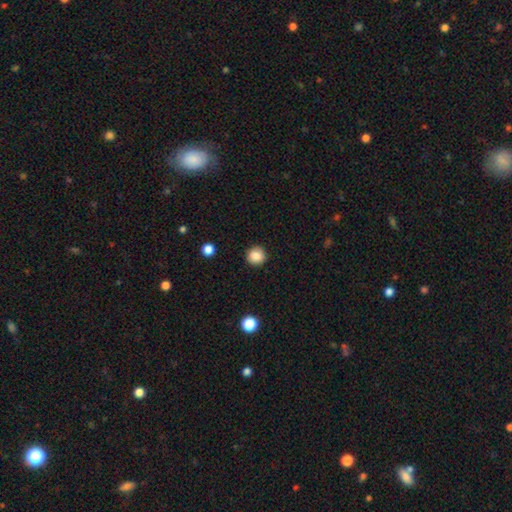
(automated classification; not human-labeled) Smooth or featured?
  - smooth: 86% *
  - star or artifact: 10%
  - featured or disk: 5%
How rounded?
  - round: 94% *
  - in between: 6%
  - cigar-shaped: 1%
Merging?
  - none: 90% *
  - minor disturbance: 7%
  - major disturbance: 2%
  - merger: 1%